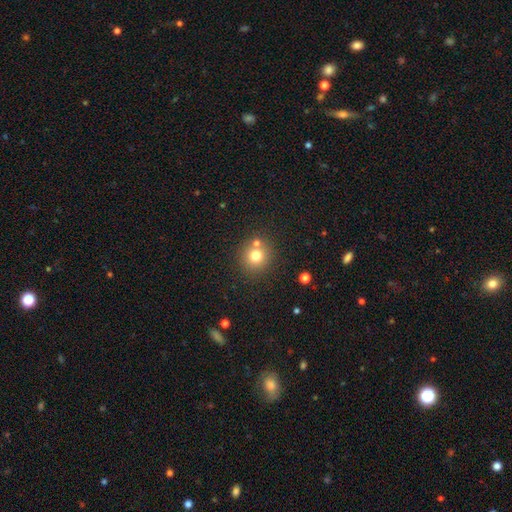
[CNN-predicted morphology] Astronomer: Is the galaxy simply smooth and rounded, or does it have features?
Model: smooth — 75%.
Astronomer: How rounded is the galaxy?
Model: round — 91%.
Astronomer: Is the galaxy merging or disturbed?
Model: none — 72%.